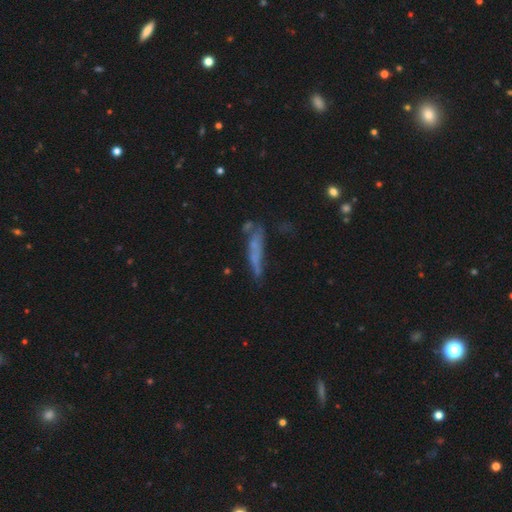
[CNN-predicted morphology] The model was most divided on "smooth or featured": smooth: 46%, featured or disk: 39%, star or artifact: 15%. Remaining: merging — none (45%).